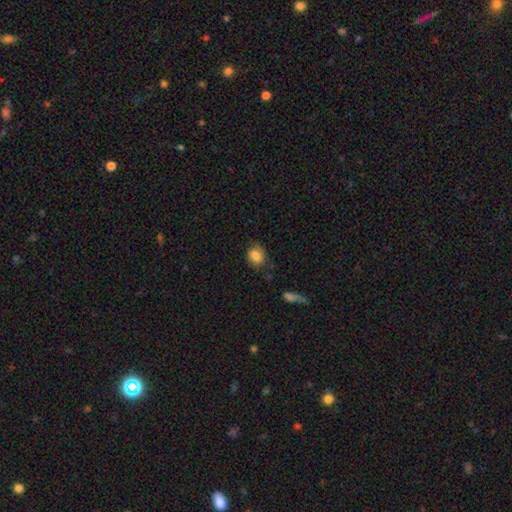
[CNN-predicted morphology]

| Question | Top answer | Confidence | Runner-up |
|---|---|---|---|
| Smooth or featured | smooth | 83% | star or artifact (9%) |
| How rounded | round | 58% | in between (41%) |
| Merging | none | 70% | minor disturbance (21%) |